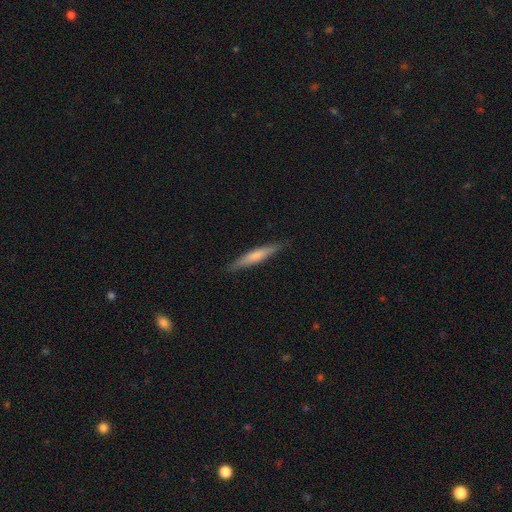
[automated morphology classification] Smooth or featured?
  - smooth: 63% *
  - featured or disk: 31%
  - star or artifact: 6%
How rounded?
  - cigar-shaped: 91% *
  - in between: 8%
  - round: 1%
Merging?
  - none: 89% *
  - minor disturbance: 9%
  - major disturbance: 2%
  - merger: 1%